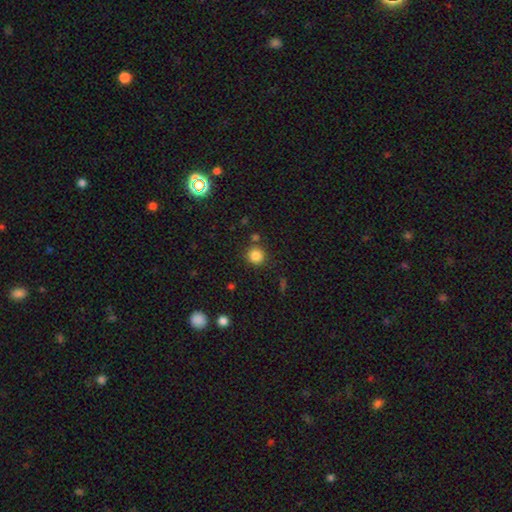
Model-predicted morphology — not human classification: This appears to be a smooth galaxy with no disk features (85%) that is round (92%). Merging: none (83%).